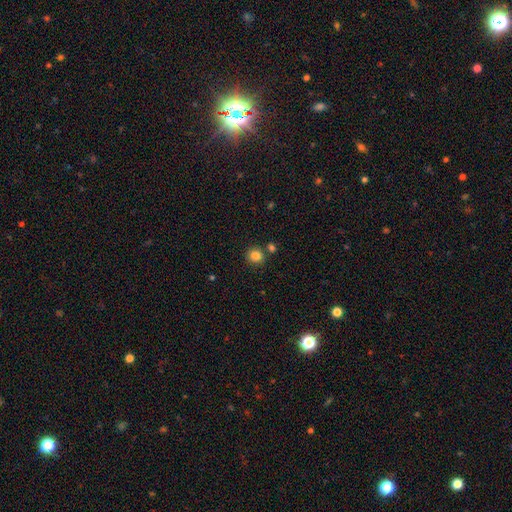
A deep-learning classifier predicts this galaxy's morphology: Smooth or featured? smooth (83%)
How rounded? round (85%)
Merging? none (79%)